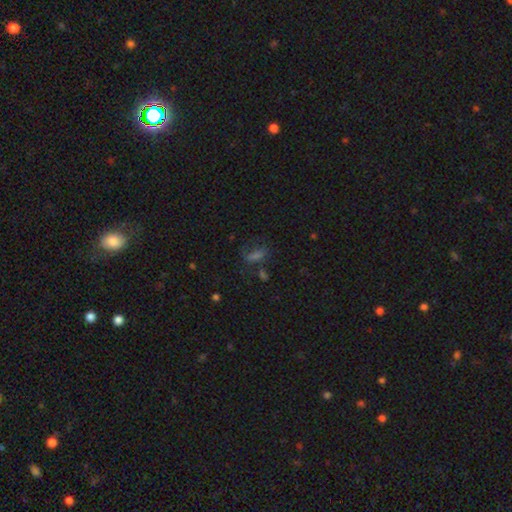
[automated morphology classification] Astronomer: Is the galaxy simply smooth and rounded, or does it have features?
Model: smooth — 47% (runner-up: star or artifact, 35%).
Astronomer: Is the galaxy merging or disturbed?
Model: none — 56%.